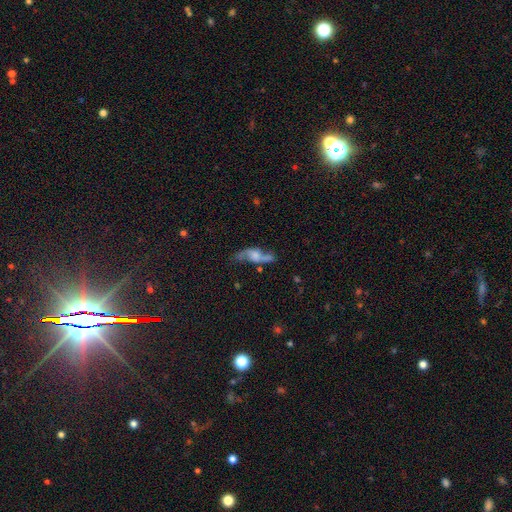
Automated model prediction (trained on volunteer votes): Q: Smooth or featured?
A: featured or disk (67%); runner-up: smooth (24%)
Q: Edge-on disk?
A: no (82%); runner-up: yes (18%)
Q: Bar?
A: no (63%); runner-up: weak (29%)
Q: Spiral arms?
A: yes (84%); runner-up: no (16%)
Q: Bulge size?
A: moderate (36%); runner-up: small (29%)
Q: Merging?
A: none (52%); runner-up: minor disturbance (22%)